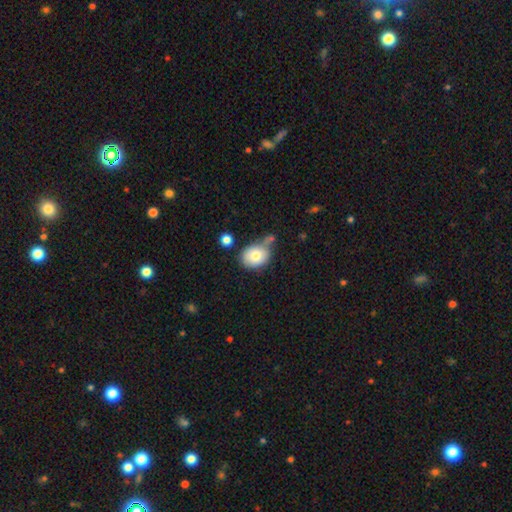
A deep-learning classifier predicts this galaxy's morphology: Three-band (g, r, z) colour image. It shows a smooth galaxy with no disk features (76%) that is in between round and cigar-shaped (53%). Merging: none (43%).